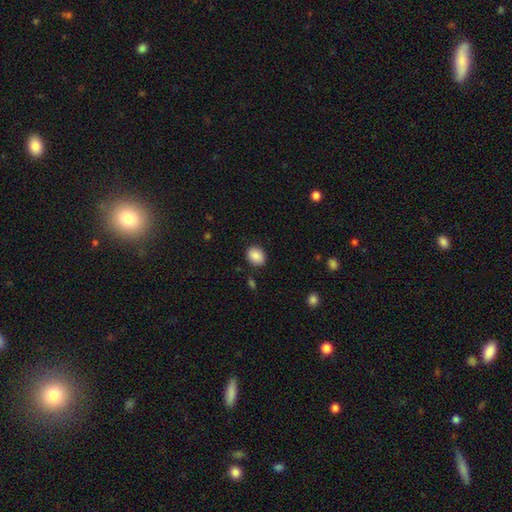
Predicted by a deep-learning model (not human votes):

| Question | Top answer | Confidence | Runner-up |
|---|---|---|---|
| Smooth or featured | smooth | 87% | star or artifact (8%) |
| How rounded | in between | 51% | round (48%) |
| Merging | none | 87% | minor disturbance (9%) |